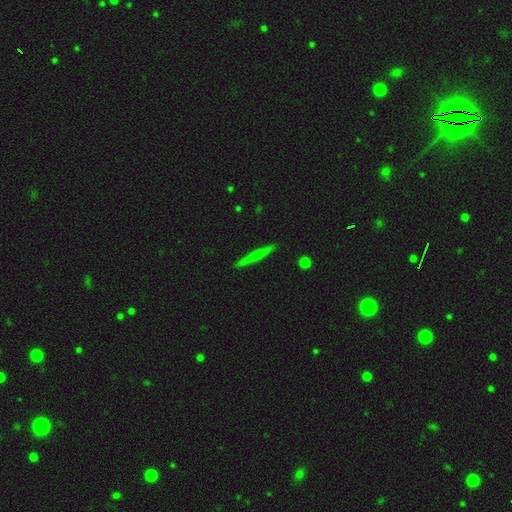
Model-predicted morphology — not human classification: A smooth galaxy with no disk features (54%) that is cigar-shaped (95%).

Vote fractions:
- Smooth or featured? smooth: 54% / featured or disk: 40% / star or artifact: 6%
- How rounded? cigar-shaped: 95% / in between: 3% / round: 2%
- Merging? none: 91% / minor disturbance: 6% / major disturbance: 1% / merger: 1%